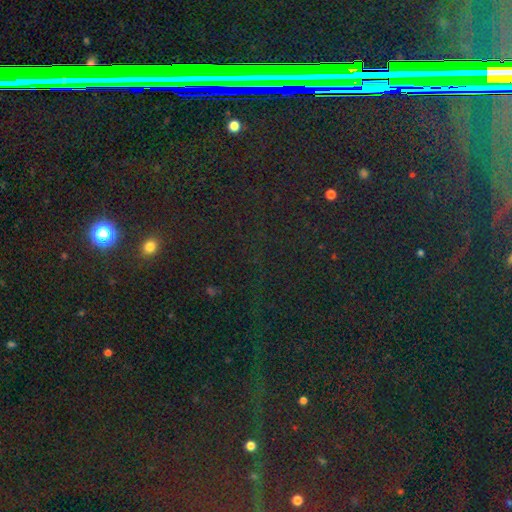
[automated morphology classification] The model was most divided on "smooth or featured": star or artifact: 84%, smooth: 9%, featured or disk: 7%.